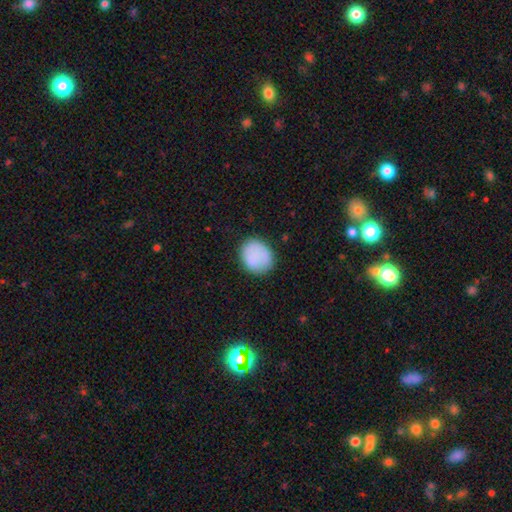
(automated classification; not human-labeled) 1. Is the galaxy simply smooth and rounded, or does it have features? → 85% smooth, 8% featured or disk, 7% star or artifact.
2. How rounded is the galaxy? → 67% round, 32% in between, 1% cigar-shaped.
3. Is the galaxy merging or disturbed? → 81% none, 14% minor disturbance, 4% major disturbance, 2% merger.